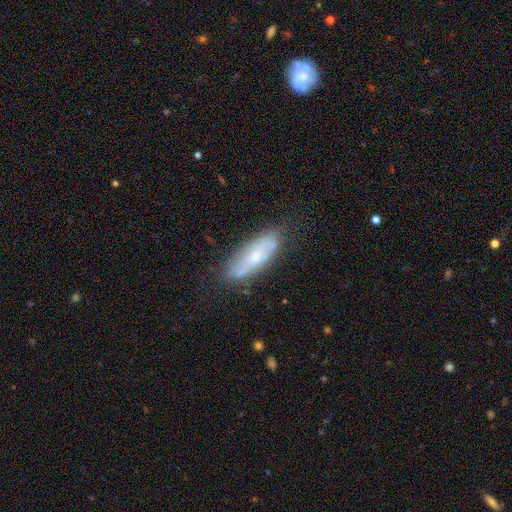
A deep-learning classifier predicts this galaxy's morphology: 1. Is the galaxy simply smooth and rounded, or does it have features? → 48% smooth, 44% featured or disk, 7% star or artifact.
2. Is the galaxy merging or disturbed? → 72% none, 20% minor disturbance, 6% major disturbance, 3% merger.